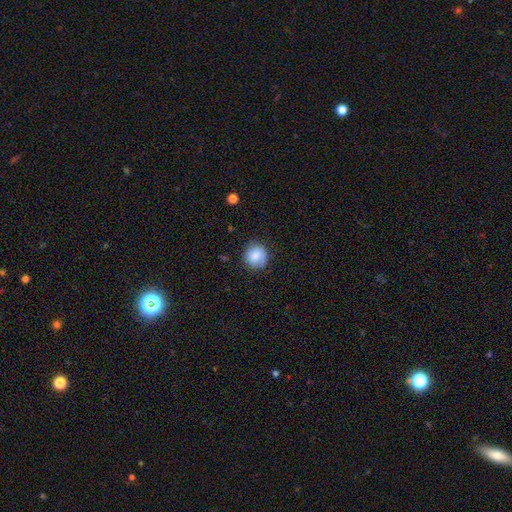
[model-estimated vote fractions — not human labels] smooth_or_featured: smooth (p=0.79) [alt: featured or disk p=0.13]
how_rounded: round (p=0.88) [alt: in between p=0.11]
merging: none (p=0.80) [alt: minor disturbance p=0.15]